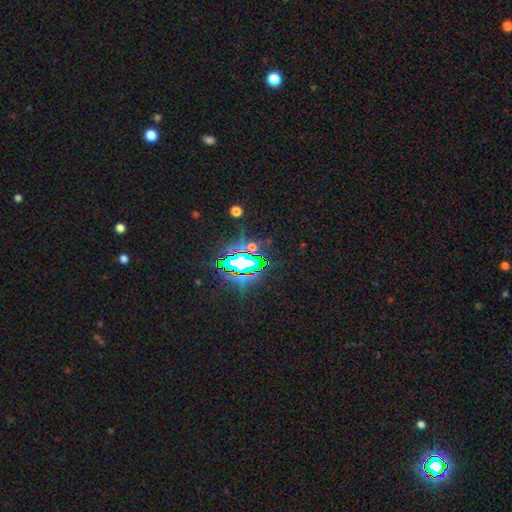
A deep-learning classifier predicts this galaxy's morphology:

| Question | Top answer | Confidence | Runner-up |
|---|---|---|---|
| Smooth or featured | star or artifact | 81% | smooth (10%) |